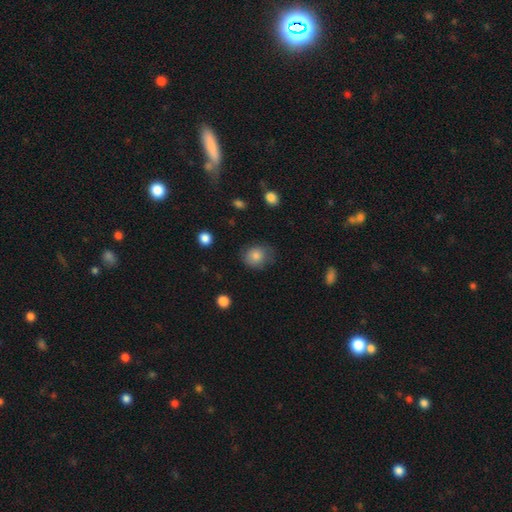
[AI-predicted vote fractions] This appears to be a smooth galaxy with no disk features (80%) that is round (69%). Merging: none (65%).